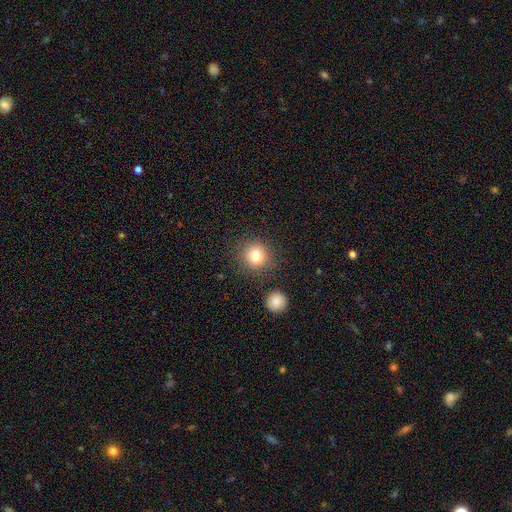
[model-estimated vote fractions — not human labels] smooth_or_featured: smooth (p=0.81) [alt: star or artifact p=0.11]
how_rounded: round (p=0.91) [alt: in between p=0.08]
merging: none (p=0.85) [alt: minor disturbance p=0.08]